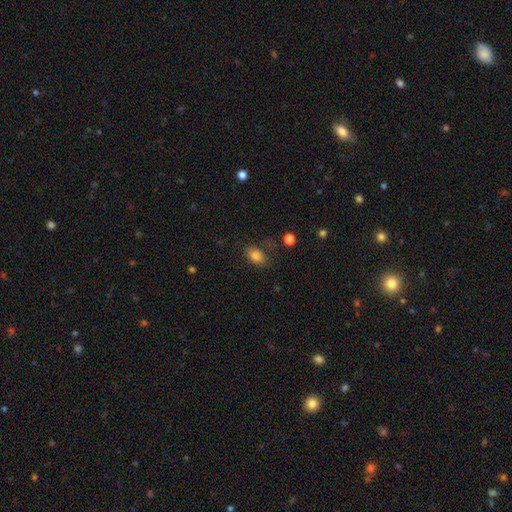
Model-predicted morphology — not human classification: Smooth or featured: smooth — 82% (star or artifact — 11%)
How rounded: in between — 82% (round — 17%)
Merging: none — 69% (minor disturbance — 20%)